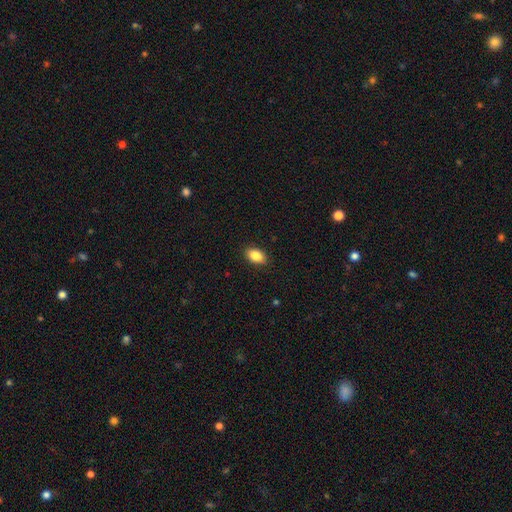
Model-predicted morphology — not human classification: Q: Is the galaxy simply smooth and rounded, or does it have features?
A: smooth — 87%.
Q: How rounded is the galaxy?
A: in between — 88%.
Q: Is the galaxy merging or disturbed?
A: none — 88%.